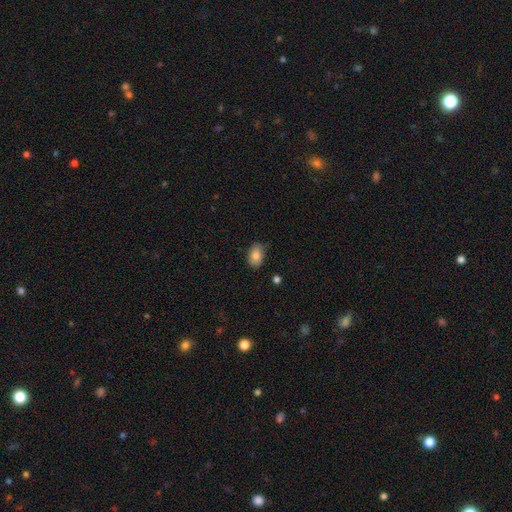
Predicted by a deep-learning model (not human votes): Smooth or featured: smooth — 82% (featured or disk — 10%)
How rounded: in between — 85% (round — 13%)
Merging: none — 78% (minor disturbance — 18%)